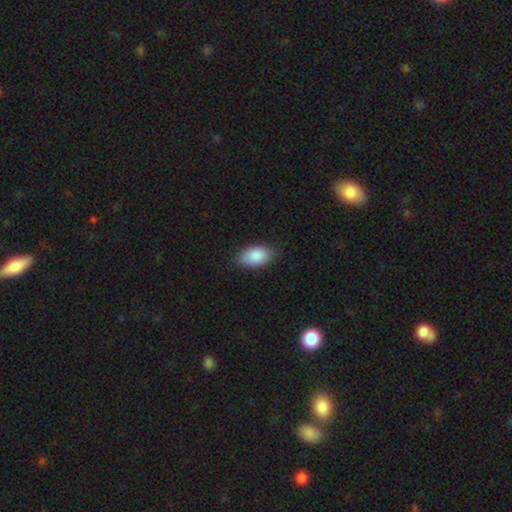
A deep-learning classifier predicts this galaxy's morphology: Overall: smooth (89%). How rounded: in between (93%). Merging: none (83%).